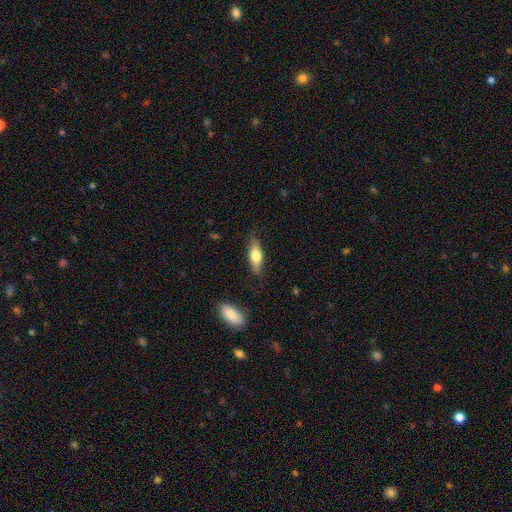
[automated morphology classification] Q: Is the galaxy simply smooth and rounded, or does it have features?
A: smooth — 63%.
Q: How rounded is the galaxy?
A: in between — 60%.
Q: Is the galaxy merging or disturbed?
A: none — 78%.